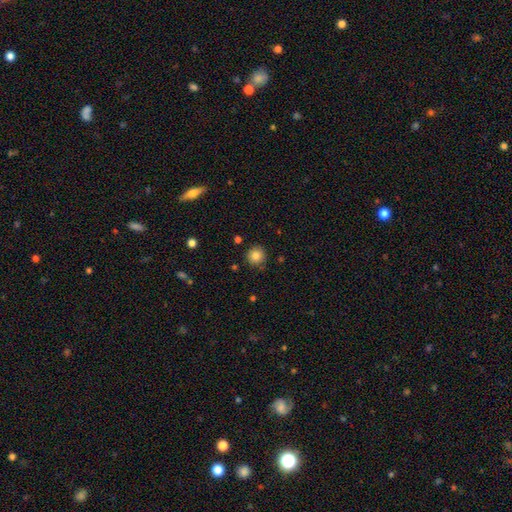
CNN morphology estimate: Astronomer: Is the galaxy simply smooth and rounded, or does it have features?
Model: smooth — 83%.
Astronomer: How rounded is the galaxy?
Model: round — 95%.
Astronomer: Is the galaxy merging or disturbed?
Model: none — 85%.